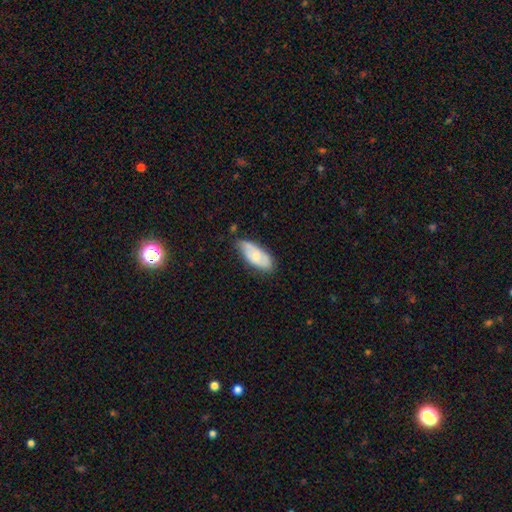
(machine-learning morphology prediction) type=smooth (56%); roundness=in between (87%); merging=none (62%).